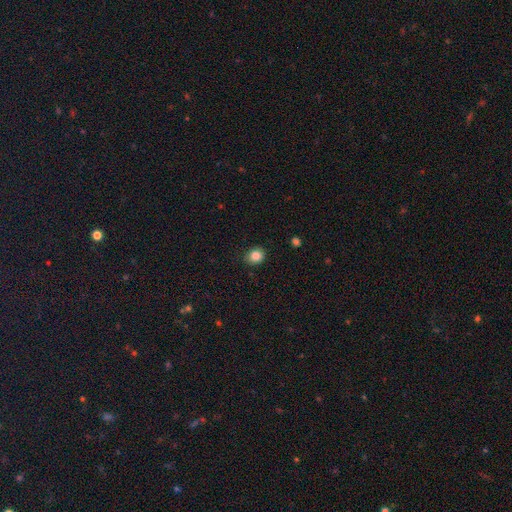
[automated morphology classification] Q: Smooth or featured?
A: smooth (85%); runner-up: star or artifact (10%)
Q: How rounded?
A: round (72%); runner-up: in between (27%)
Q: Merging?
A: none (84%); runner-up: minor disturbance (12%)